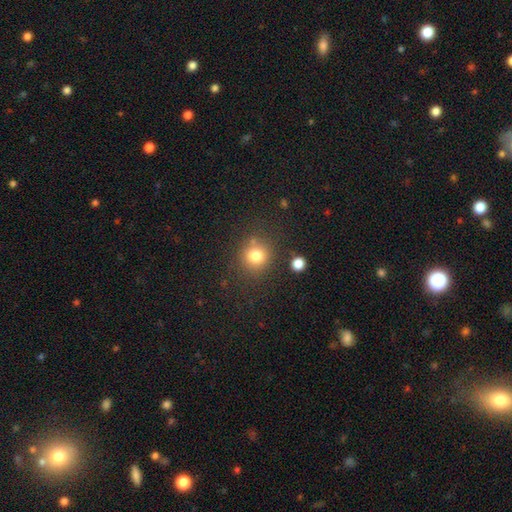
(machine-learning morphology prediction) Smooth or featured: smooth — 79% (star or artifact — 14%)
How rounded: round — 89% (in between — 10%)
Merging: none — 80% (minor disturbance — 10%)